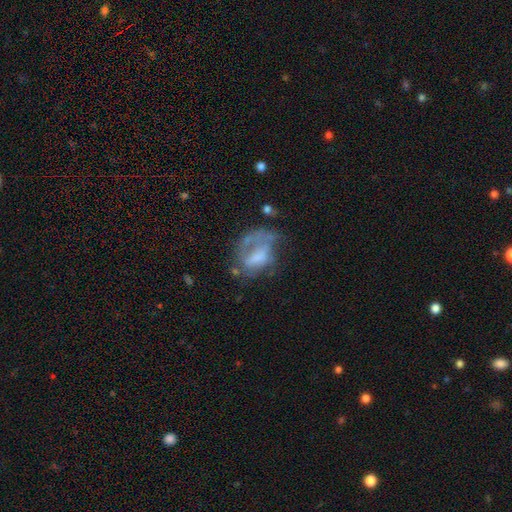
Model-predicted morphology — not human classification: smooth-or-featured: featured or disk: 57% | smooth: 31% | star or artifact: 11%
  disk-edge-on: no: 95% | yes: 5%
    bar: no: 54% | weak: 33% | strong: 13%
    has-spiral-arms: no: 53% | yes: 47%
    bulge-size: none: 35% | moderate: 29% | small: 22% | large: 13% | dominant: 2%
  merging: major disturbance: 37% | none: 35% | minor disturbance: 22% | merger: 6%